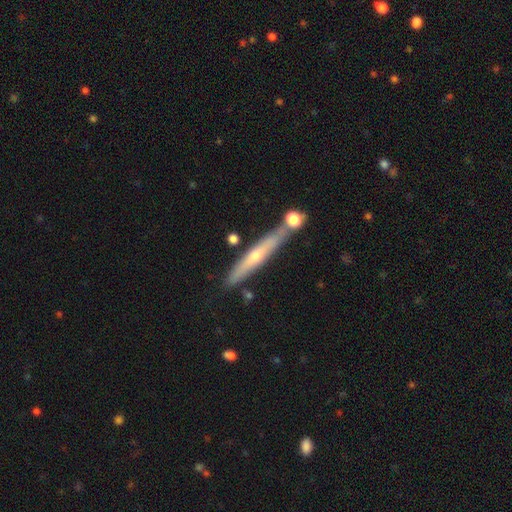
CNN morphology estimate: Smooth or featured: featured or disk — 63% (smooth — 29%)
Edge-on disk: yes — 92% (no — 8%)
Edge-on bulge: rounded — 73% (none — 24%)
Merging: none — 78% (minor disturbance — 12%)